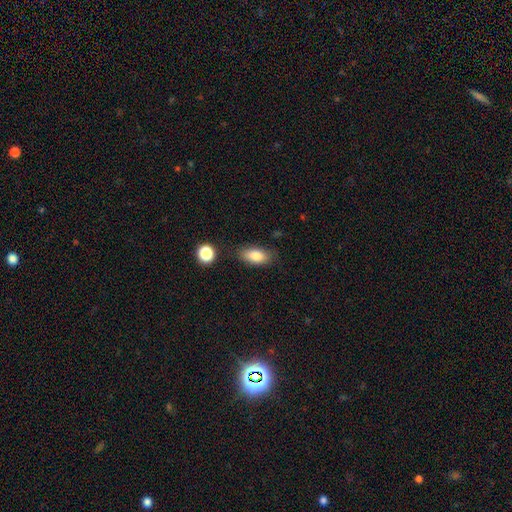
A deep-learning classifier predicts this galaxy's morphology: Overall: smooth (83%). How rounded: in between (88%). Merging: none (80%).